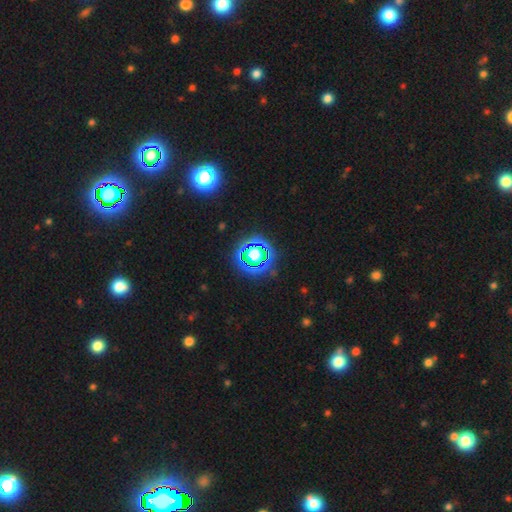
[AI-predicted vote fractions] Smooth or featured: star or artifact — 63% (smooth — 23%)